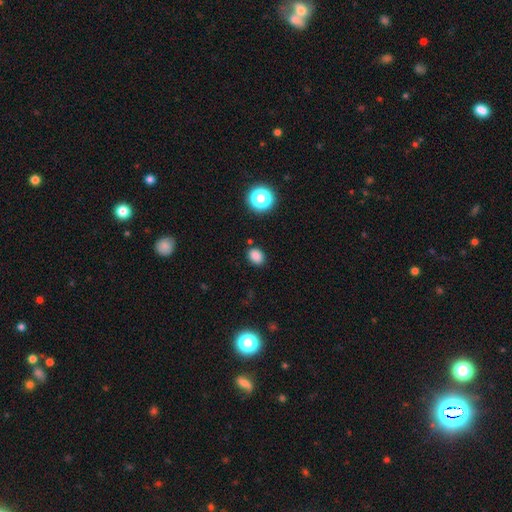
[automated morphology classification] type=smooth (83%); roundness=in between (58%); merging=none (85%).